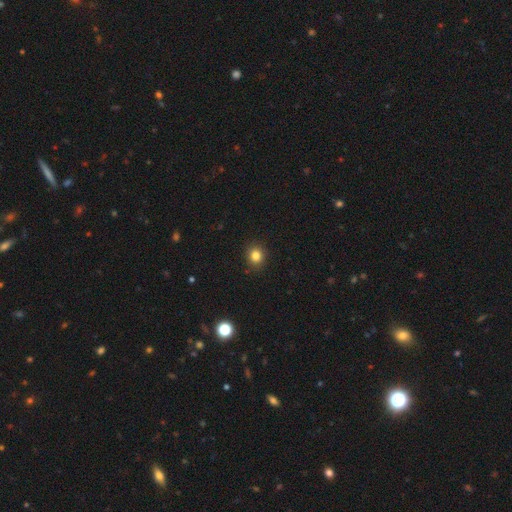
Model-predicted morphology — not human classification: smooth 83%, star or artifact 12%, featured or disk 5%. Down the decision tree: how rounded — round (81%); merging — none (90%).